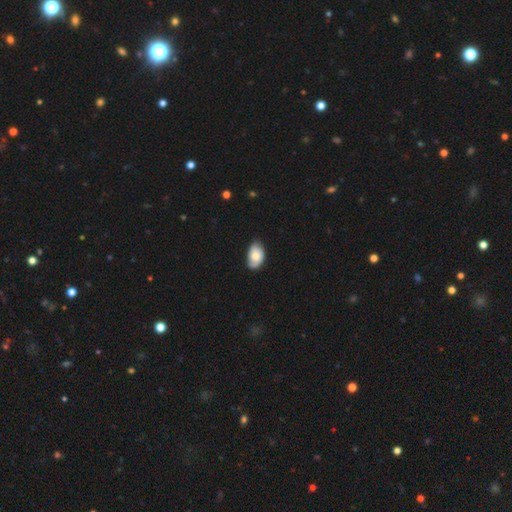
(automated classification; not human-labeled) This appears to be a smooth galaxy with no disk features (65%) that is in between round and cigar-shaped (90%). Merging: none (66%).